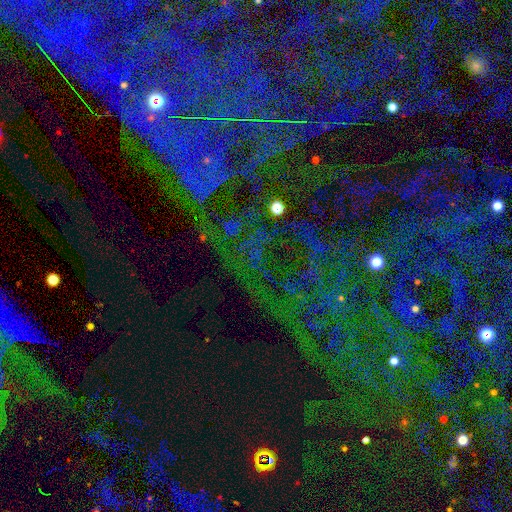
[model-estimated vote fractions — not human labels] Q: Smooth or featured?
A: star or artifact (82%); runner-up: smooth (9%)